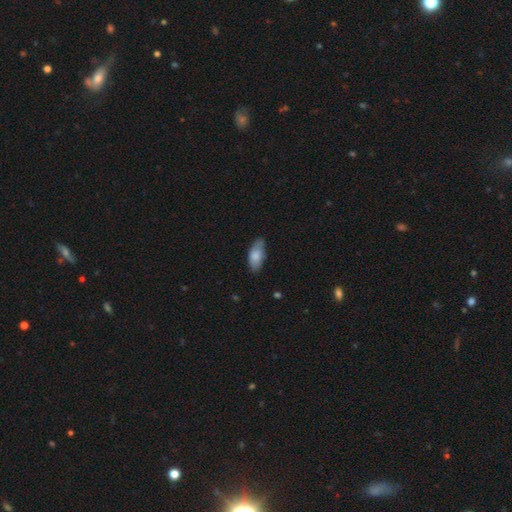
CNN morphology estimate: A smooth galaxy with no disk features (79%) that is in between round and cigar-shaped (87%). Merging: none (64%).